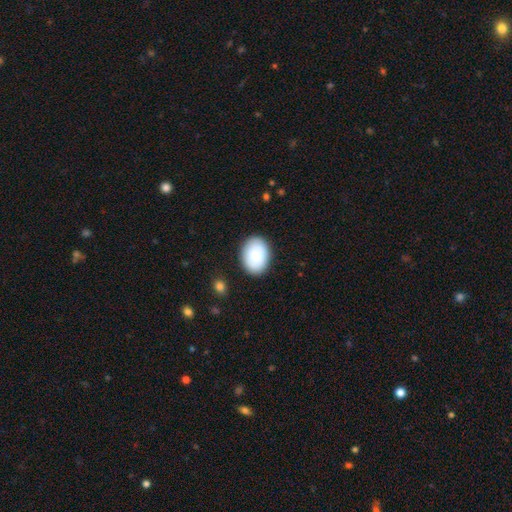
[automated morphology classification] Smooth or featured?
  - smooth: 79% *
  - featured or disk: 14%
  - star or artifact: 6%
How rounded?
  - in between: 72% *
  - round: 27%
  - cigar-shaped: 1%
Merging?
  - none: 86% *
  - minor disturbance: 10%
  - major disturbance: 2%
  - merger: 1%